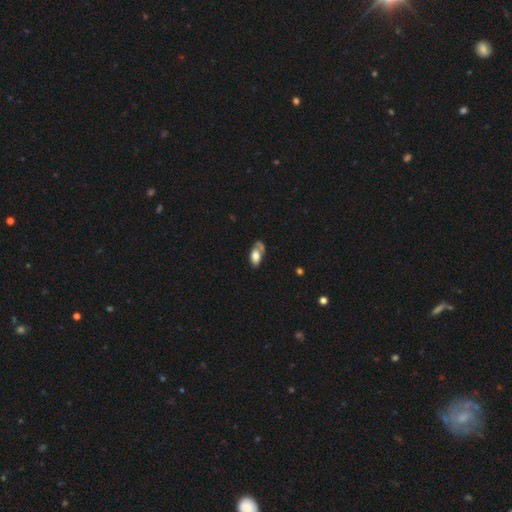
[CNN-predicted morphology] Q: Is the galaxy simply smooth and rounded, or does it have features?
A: smooth — 70%.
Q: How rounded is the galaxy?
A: in between — 92%.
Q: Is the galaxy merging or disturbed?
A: none — 44%.